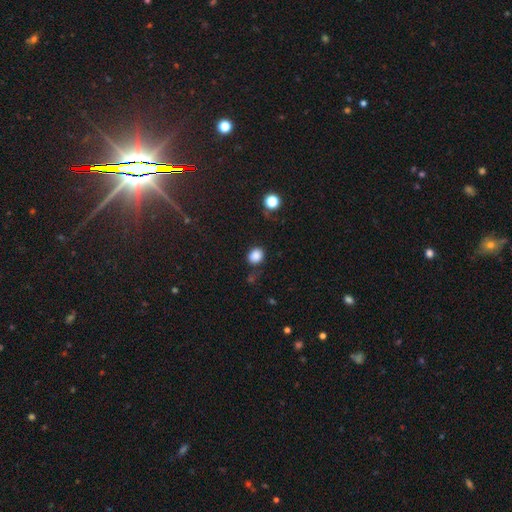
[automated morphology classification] Q: Smooth or featured?
A: smooth (86%); runner-up: star or artifact (10%)
Q: How rounded?
A: round (57%); runner-up: in between (42%)
Q: Merging?
A: none (75%); runner-up: minor disturbance (16%)